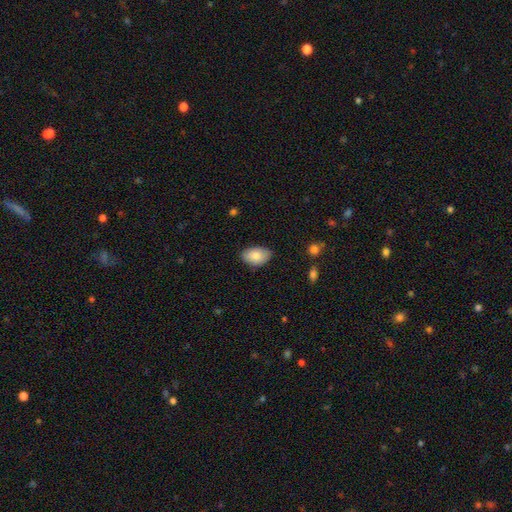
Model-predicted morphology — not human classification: Smooth or featured? smooth (83%)
How rounded? in between (91%)
Merging? none (82%)